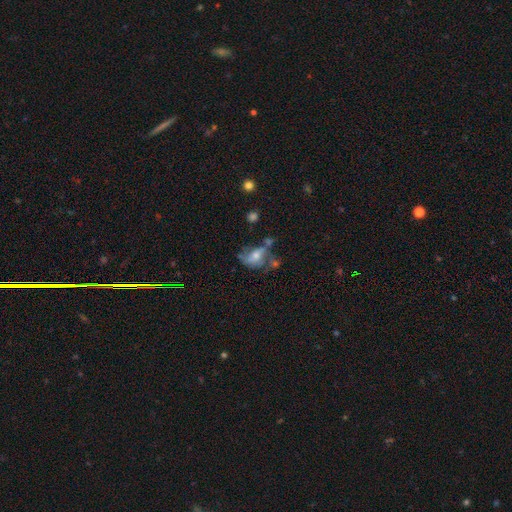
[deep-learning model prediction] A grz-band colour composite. It shows a featured or disk galaxy (50%). Merging: none (30%).